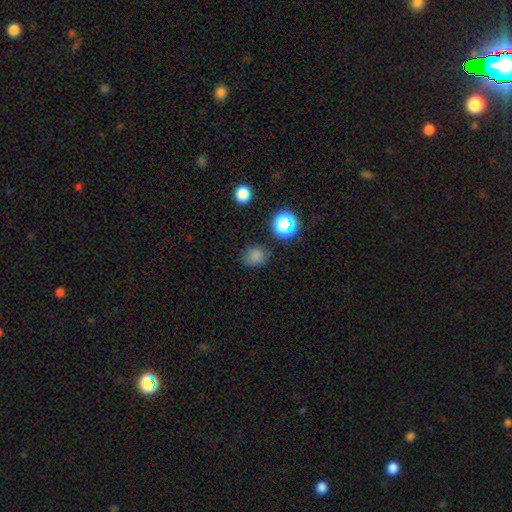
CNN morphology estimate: Smooth or featured?
  - smooth: 76% *
  - star or artifact: 18%
  - featured or disk: 6%
How rounded?
  - round: 64% *
  - in between: 35%
  - cigar-shaped: 1%
Merging?
  - none: 77% *
  - minor disturbance: 15%
  - major disturbance: 4%
  - merger: 3%